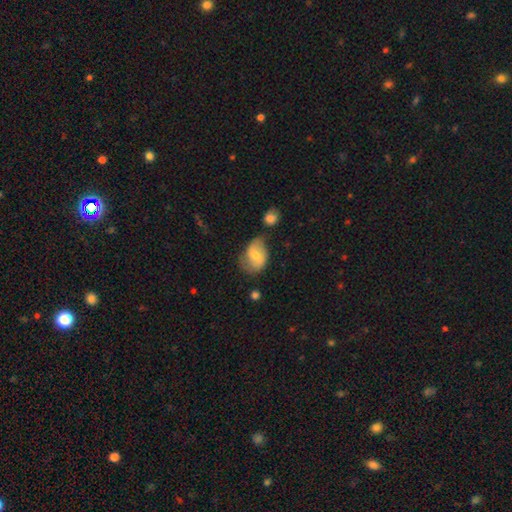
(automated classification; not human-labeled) This appears to be a smooth galaxy with no disk features (52%) that is in between round and cigar-shaped (73%). Merging: none (50%).